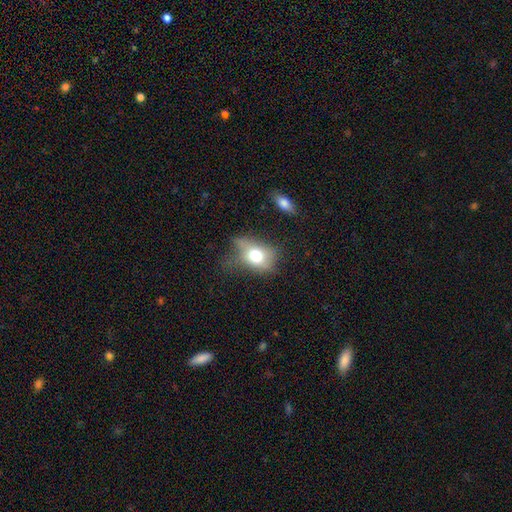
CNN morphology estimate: A smooth galaxy with no disk features (67%) that is in between round and cigar-shaped (68%).

Vote fractions:
- Smooth or featured? smooth: 67% / featured or disk: 22% / star or artifact: 11%
- How rounded? in between: 68% / round: 29% / cigar-shaped: 2%
- Merging? none: 36% / minor disturbance: 33% / major disturbance: 26% / merger: 5%